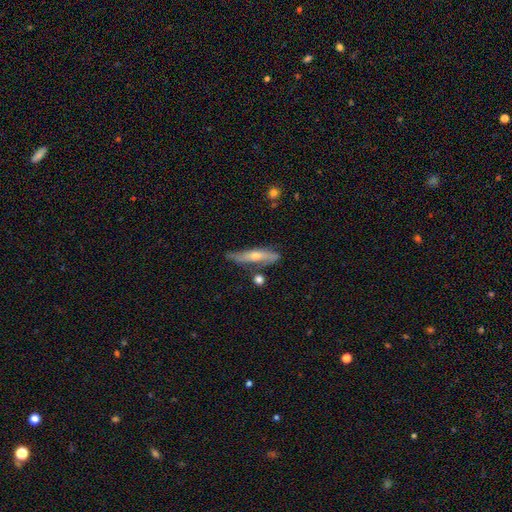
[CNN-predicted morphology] type=featured or disk (56%); edge-on=yes (76%); merging=none (67%).